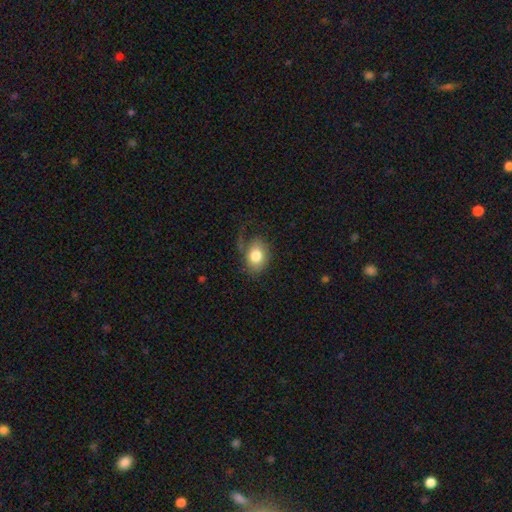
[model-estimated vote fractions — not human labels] smooth_or_featured: smooth (p=0.76) [alt: featured or disk p=0.17]
how_rounded: in between (p=0.68) [alt: round p=0.31]
merging: none (p=0.55) [alt: minor disturbance p=0.23]